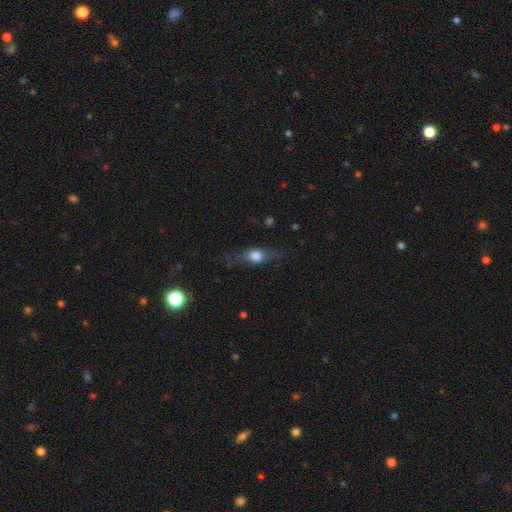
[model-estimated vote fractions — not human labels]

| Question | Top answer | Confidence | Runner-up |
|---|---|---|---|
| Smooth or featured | smooth | 52% | featured or disk (39%) |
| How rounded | in between | 48% | cigar-shaped (33%) |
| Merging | none | 73% | minor disturbance (18%) |